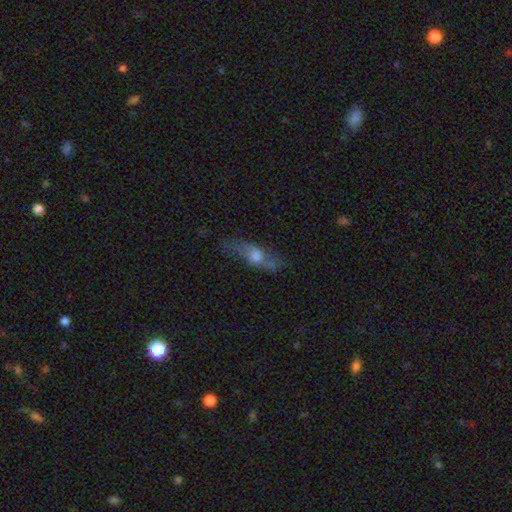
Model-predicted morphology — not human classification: A featured or disk galaxy (55%) viewed edge-on (62%). Merging: none (71%).